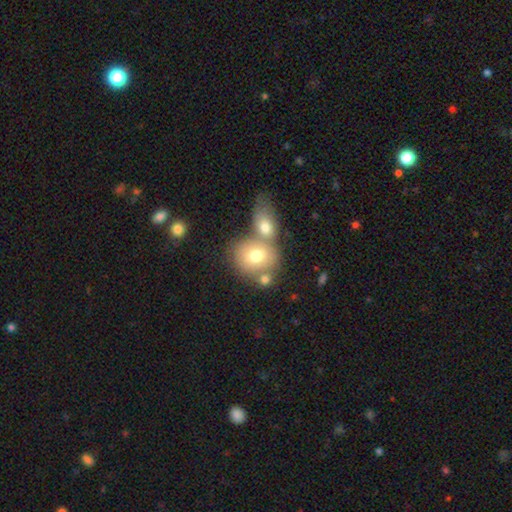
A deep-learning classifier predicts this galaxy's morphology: Overall: smooth (68%). How rounded: round (60%; in between 39%). Merging: merger (51%; none 35%).